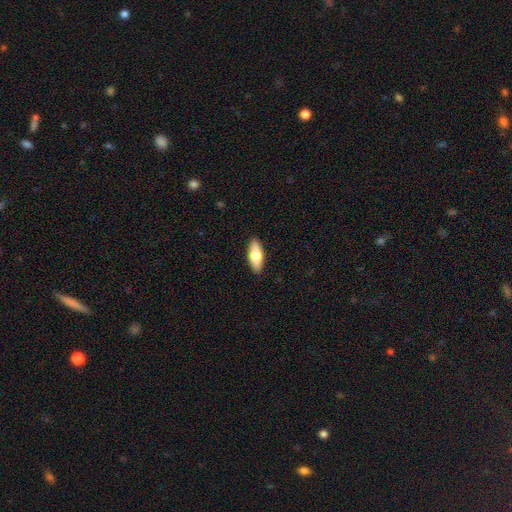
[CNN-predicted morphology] A smooth galaxy with no disk features (68%) that is in between round and cigar-shaped (68%). Merging: none (90%).